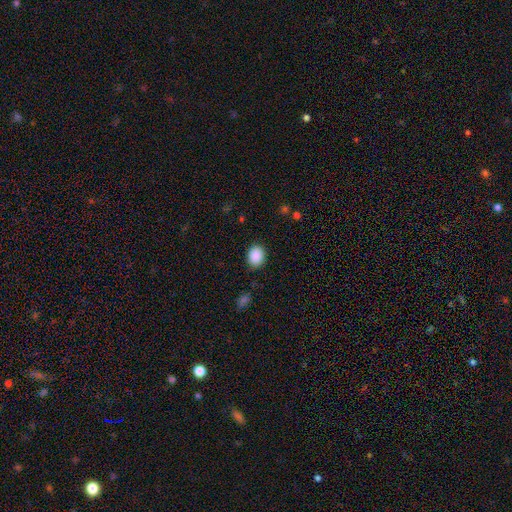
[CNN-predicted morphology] type=smooth (90%); roundness=in between (57%); merging=none (87%).